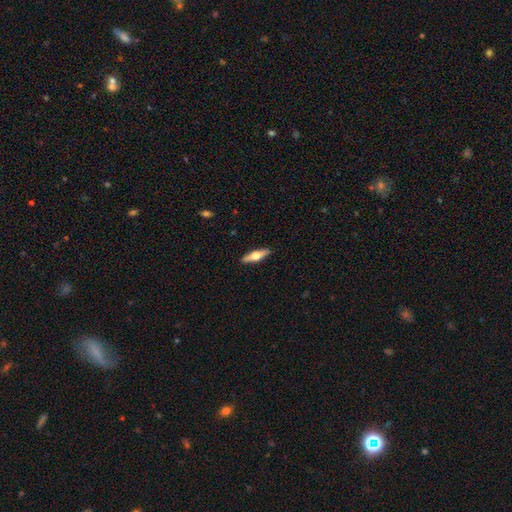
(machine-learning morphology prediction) Smooth or featured: featured or disk — 53% (smooth — 42%)
Edge-on disk: yes — 94% (no — 6%)
Merging: none — 91% (minor disturbance — 7%)